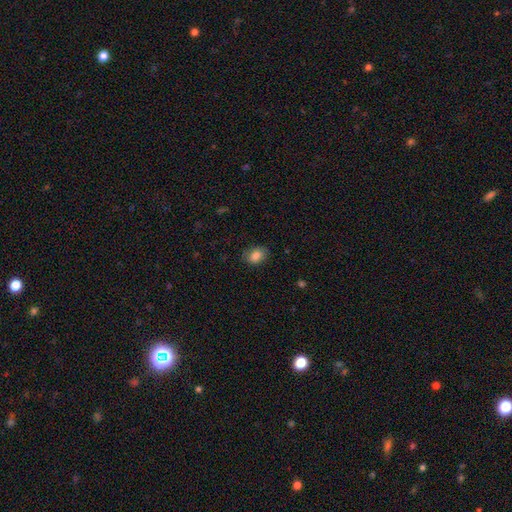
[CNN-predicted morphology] A smooth galaxy with no disk features (85%) that is in between round and cigar-shaped (76%).

Vote fractions:
- Smooth or featured? smooth: 85% / star or artifact: 9% / featured or disk: 7%
- How rounded? in between: 76% / round: 22% / cigar-shaped: 1%
- Merging? none: 79% / minor disturbance: 16% / major disturbance: 4% / merger: 1%